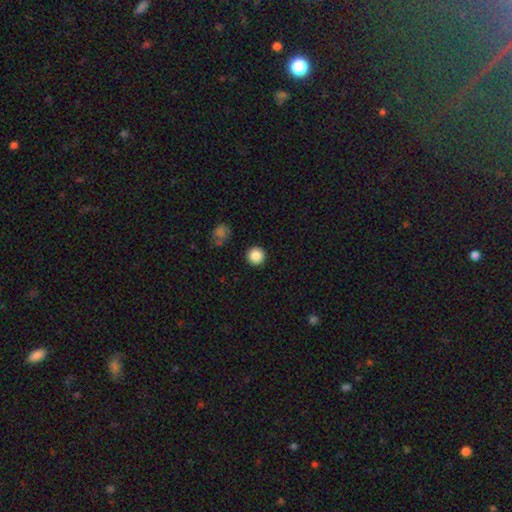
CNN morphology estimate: A smooth galaxy with no disk features (86%) that is round (96%). Merging: none (92%).